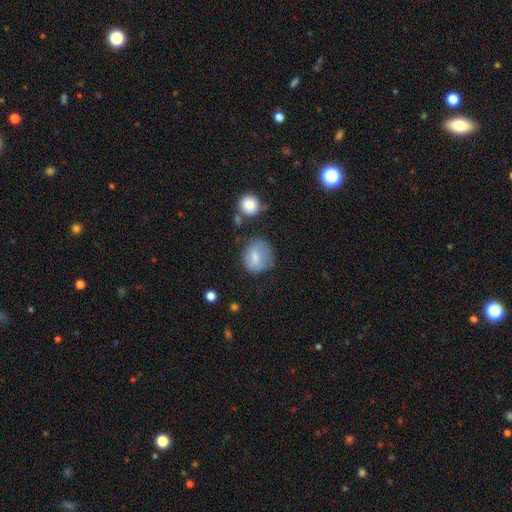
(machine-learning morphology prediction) Overall: smooth (73%). How rounded: round (68%; in between 30%). Merging: none (55%; minor disturbance 27%).